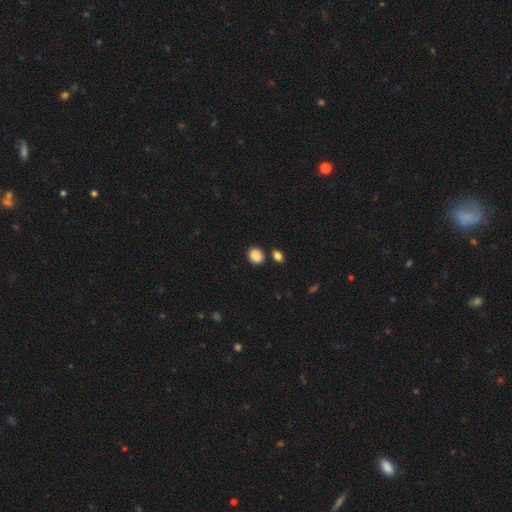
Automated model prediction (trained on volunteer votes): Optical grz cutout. It shows a smooth galaxy with no disk features (88%) that is in between round and cigar-shaped (50%). Merging: none (80%).